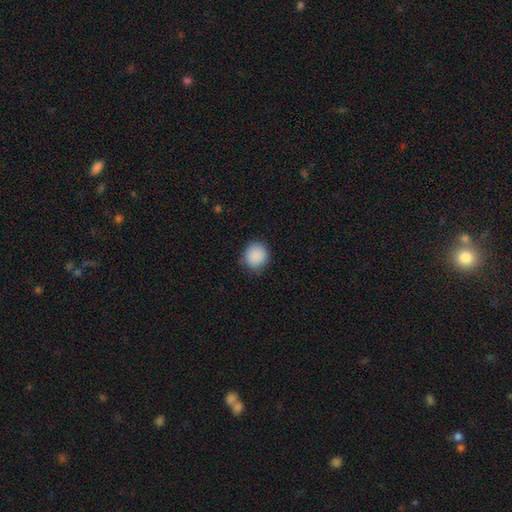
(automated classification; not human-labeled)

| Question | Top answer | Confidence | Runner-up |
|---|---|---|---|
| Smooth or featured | smooth | 89% | star or artifact (8%) |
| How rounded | round | 87% | in between (12%) |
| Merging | none | 83% | minor disturbance (13%) |